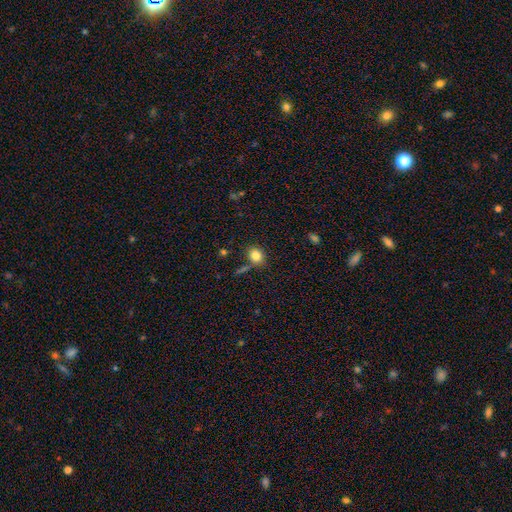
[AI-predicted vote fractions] smooth 82%, star or artifact 11%, featured or disk 7%. Down the decision tree: how rounded — round (68%); merging — none (77%).